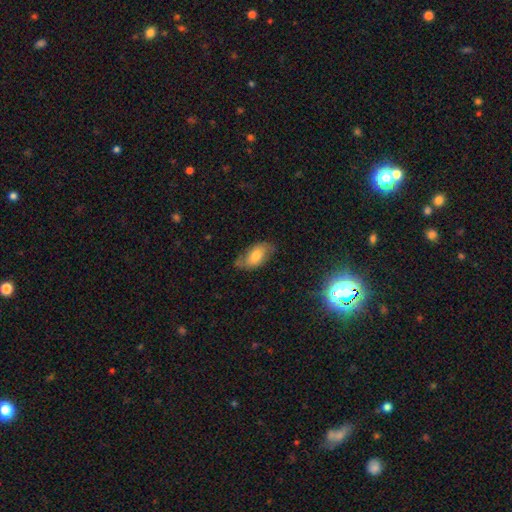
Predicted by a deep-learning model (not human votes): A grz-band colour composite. It shows a smooth galaxy with no disk features (65%) that is in between round and cigar-shaped (92%). Merging: none (68%).